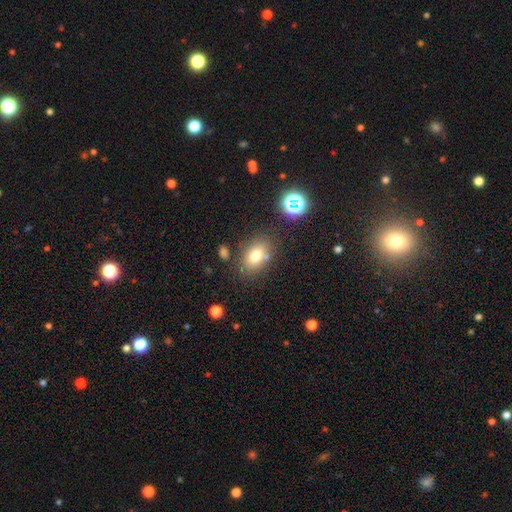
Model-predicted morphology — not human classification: type=smooth (75%); roundness=in between (77%); merging=none (75%).